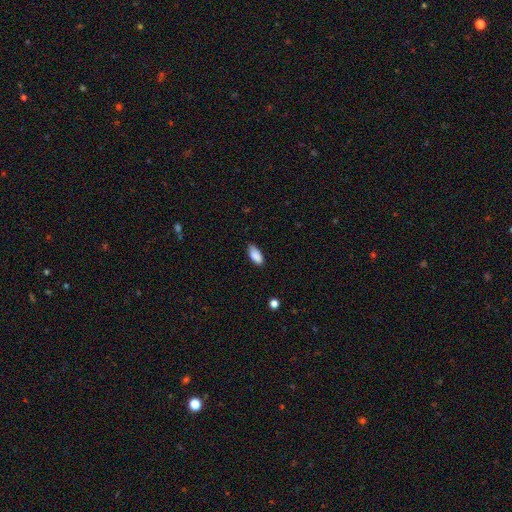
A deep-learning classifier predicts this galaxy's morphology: smooth 89%, star or artifact 7%, featured or disk 4%. Down the decision tree: how rounded — in between (90%); merging — none (77%).